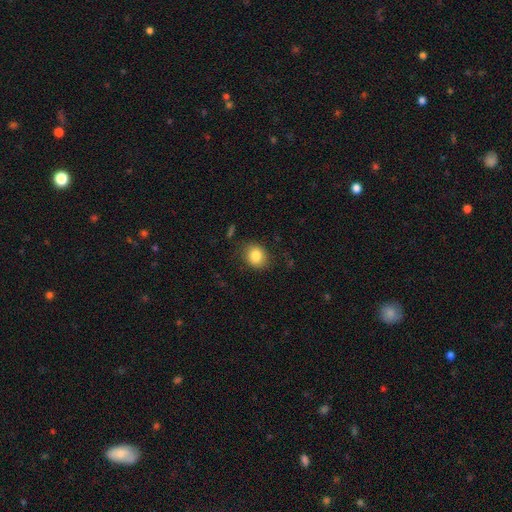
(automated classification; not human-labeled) Overall: smooth (83%). How rounded: round (62%; in between 37%). Merging: none (83%).